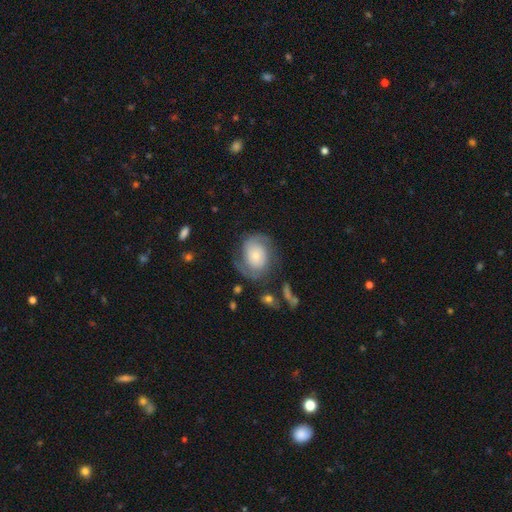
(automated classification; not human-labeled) Q: Smooth or featured?
A: featured or disk (70%); runner-up: smooth (23%)
Q: Edge-on disk?
A: no (97%); runner-up: yes (3%)
Q: Bar?
A: no (76%); runner-up: weak (19%)
Q: Spiral arms?
A: yes (89%); runner-up: no (11%)
Q: Spiral winding?
A: tight (40%); tied with: medium (40%)
Q: Spiral arm count?
A: 2 (80%); runner-up: can't tell (10%)
Q: Bulge size?
A: small (58%); runner-up: moderate (30%)
Q: Merging?
A: none (62%); runner-up: minor disturbance (20%)